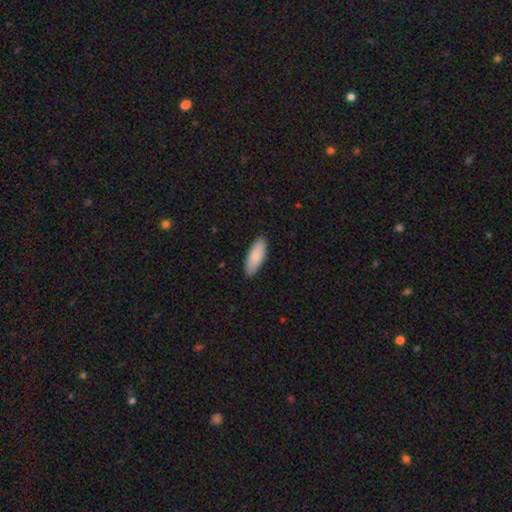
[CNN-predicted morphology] smooth-or-featured: smooth: 89% | featured or disk: 6% | star or artifact: 5%
  how-rounded: in between: 68% | cigar-shaped: 30% | round: 2%
  merging: none: 89% | minor disturbance: 9% | major disturbance: 2% | merger: 1%